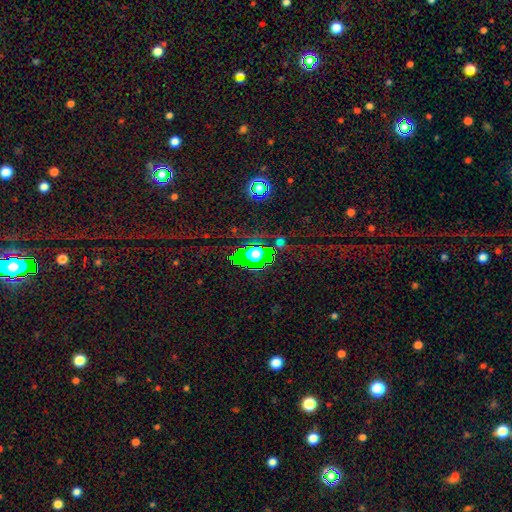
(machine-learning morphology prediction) Smooth or featured?
  - star or artifact: 66% *
  - smooth: 20%
  - featured or disk: 14%